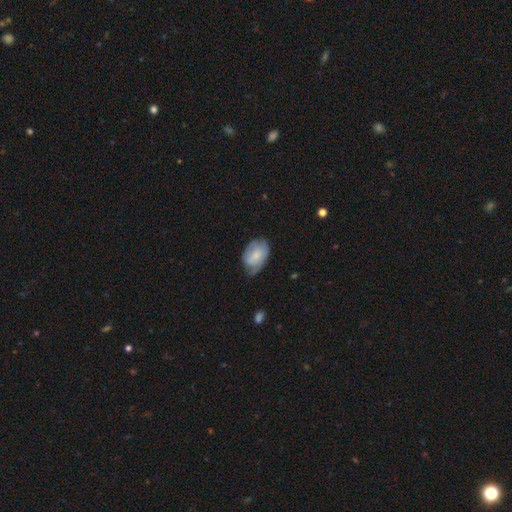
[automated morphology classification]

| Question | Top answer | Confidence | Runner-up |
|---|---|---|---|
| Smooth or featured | smooth | 65% | featured or disk (29%) |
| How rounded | in between | 84% | round (15%) |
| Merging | none | 49% | minor disturbance (37%) |